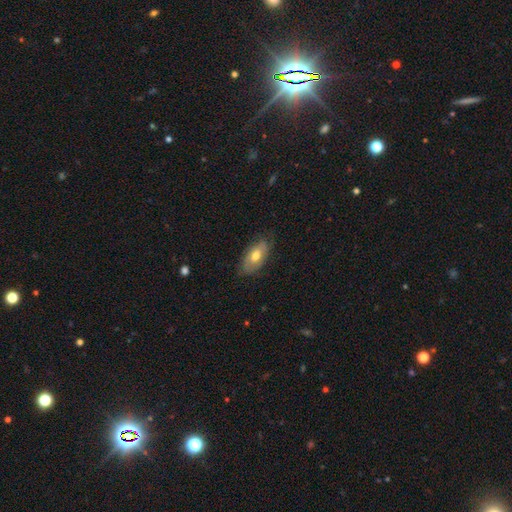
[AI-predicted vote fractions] The model was most divided on "smooth or featured": smooth: 65%, featured or disk: 29%, star or artifact: 6%. More confident: how rounded — in between (90%); merging — none (76%).